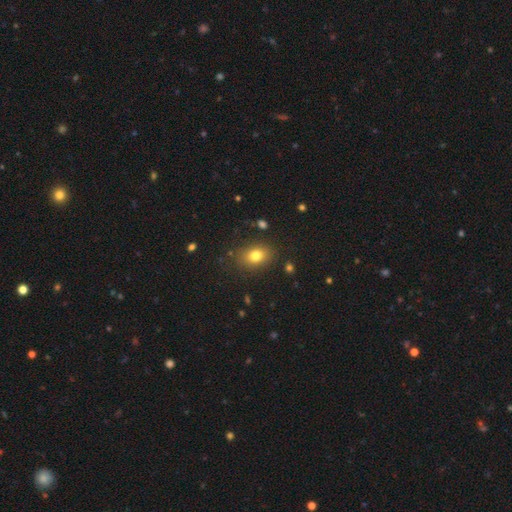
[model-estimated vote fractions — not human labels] smooth-or-featured: smooth: 78% | star or artifact: 12% | featured or disk: 10%
  how-rounded: in between: 69% | round: 29% | cigar-shaped: 1%
  merging: none: 83% | minor disturbance: 11% | major disturbance: 4% | merger: 2%